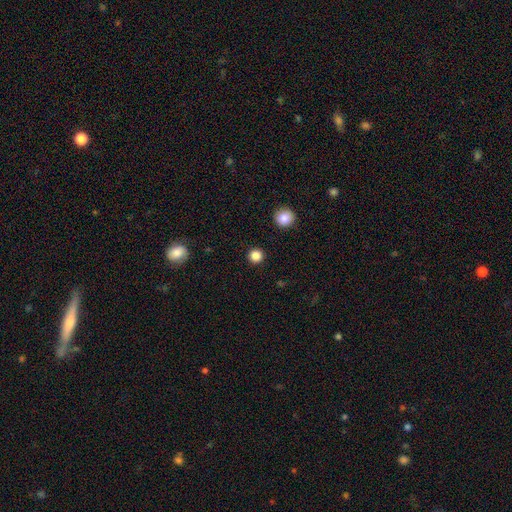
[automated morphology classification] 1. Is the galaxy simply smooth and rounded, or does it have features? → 85% smooth, 12% star or artifact, 3% featured or disk.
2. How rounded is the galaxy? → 96% round, 3% in between, 1% cigar-shaped.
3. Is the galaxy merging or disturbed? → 93% none, 4% minor disturbance, 2% major disturbance, 1% merger.